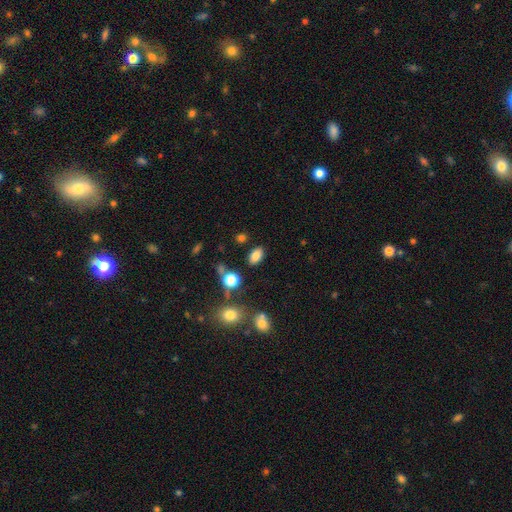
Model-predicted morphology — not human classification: Q: Smooth or featured?
A: smooth (82%); runner-up: star or artifact (11%)
Q: How rounded?
A: in between (86%); runner-up: round (12%)
Q: Merging?
A: none (83%); runner-up: minor disturbance (10%)